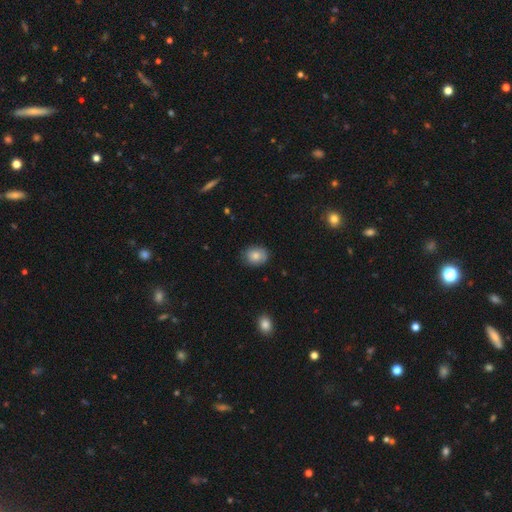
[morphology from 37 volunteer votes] smooth 84%, featured or disk 14%, star or artifact 3%. Down the decision tree: how rounded — round (68%); merging — none (89%).